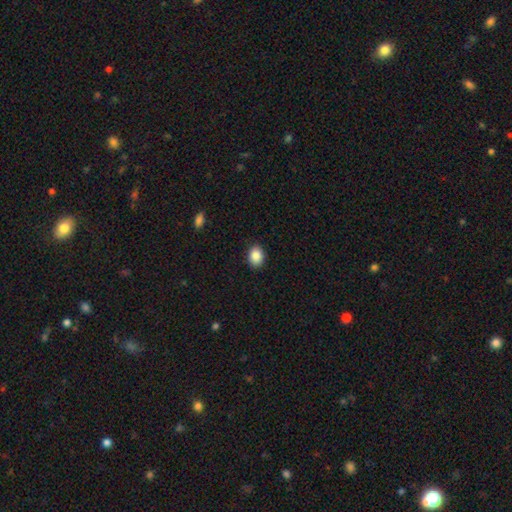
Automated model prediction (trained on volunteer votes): Smooth or featured?
  - smooth: 88% *
  - star or artifact: 8%
  - featured or disk: 4%
How rounded?
  - in between: 63% *
  - round: 36%
  - cigar-shaped: 1%
Merging?
  - none: 90% *
  - minor disturbance: 8%
  - major disturbance: 2%
  - merger: 1%